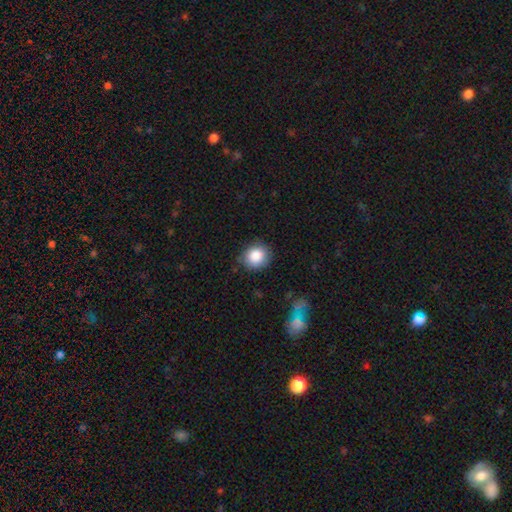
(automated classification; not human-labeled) Smooth or featured? smooth (86%)
How rounded? round (82%)
Merging? none (82%)